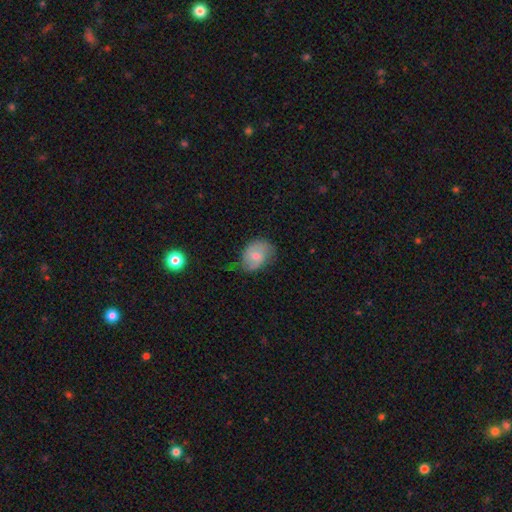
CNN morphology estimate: smooth 52%, featured or disk 40%, star or artifact 8%. Down the decision tree: how rounded — in between (69%); merging — none (50%).